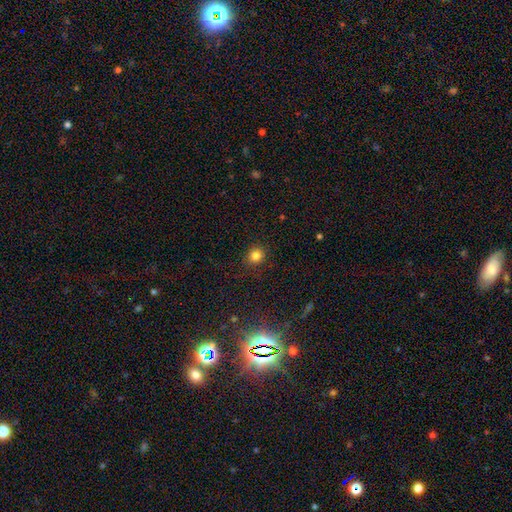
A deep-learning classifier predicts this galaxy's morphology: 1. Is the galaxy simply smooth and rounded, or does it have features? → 82% smooth, 13% star or artifact, 5% featured or disk.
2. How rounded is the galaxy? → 85% round, 14% in between, 1% cigar-shaped.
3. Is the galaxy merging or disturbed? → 89% none, 8% minor disturbance, 2% major disturbance, 1% merger.